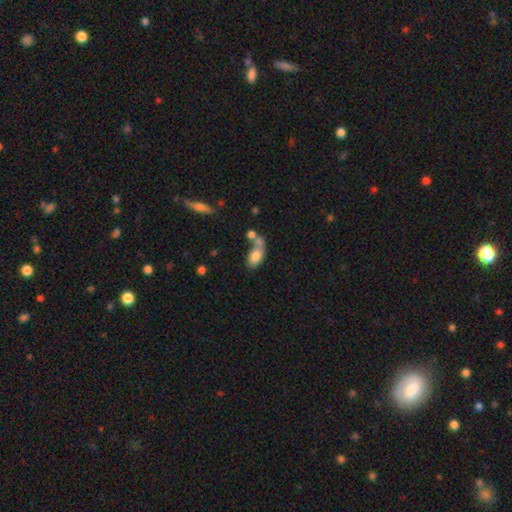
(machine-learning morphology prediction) This appears to be a smooth galaxy with no disk features (75%) that is in between round and cigar-shaped (88%). Merging: merger (47%).